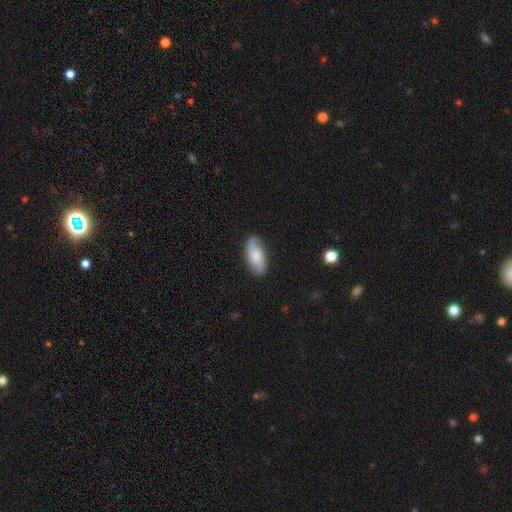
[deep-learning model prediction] This is possibly a featured or disk galaxy (48%). Merging: clearly none (82%).